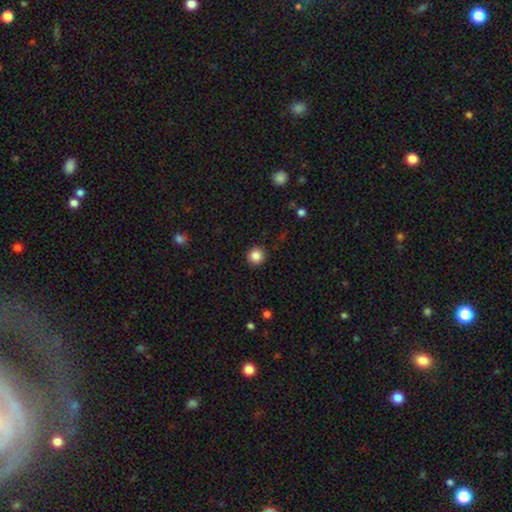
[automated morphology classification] The model was most divided on "smooth or featured": smooth: 86%, star or artifact: 10%, featured or disk: 4%. More confident: how rounded — round (95%); merging — none (92%).